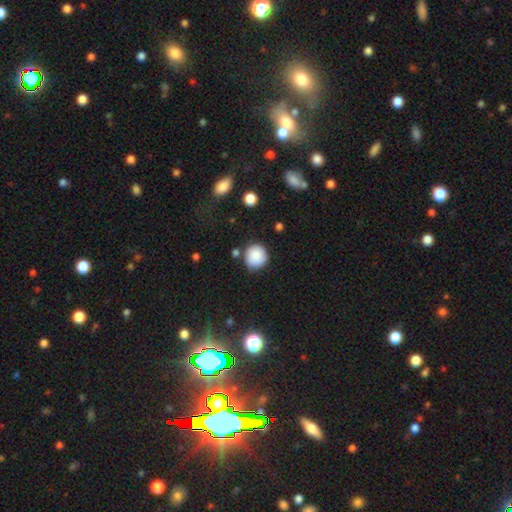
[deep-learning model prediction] A smooth galaxy with no disk features (86%) that is round (93%).

Vote fractions:
- Smooth or featured? smooth: 86% / star or artifact: 8% / featured or disk: 5%
- How rounded? round: 93% / in between: 6% / cigar-shaped: 1%
- Merging? none: 80% / minor disturbance: 12% / merger: 5% / major disturbance: 3%